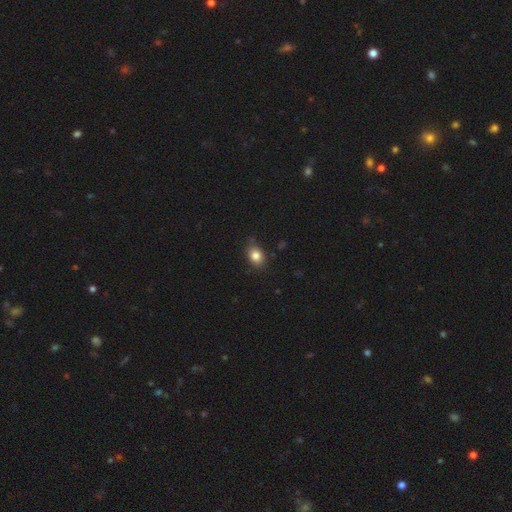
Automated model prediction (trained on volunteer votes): A smooth galaxy with no disk features (83%) that is in between round and cigar-shaped (62%). Merging: none (79%).